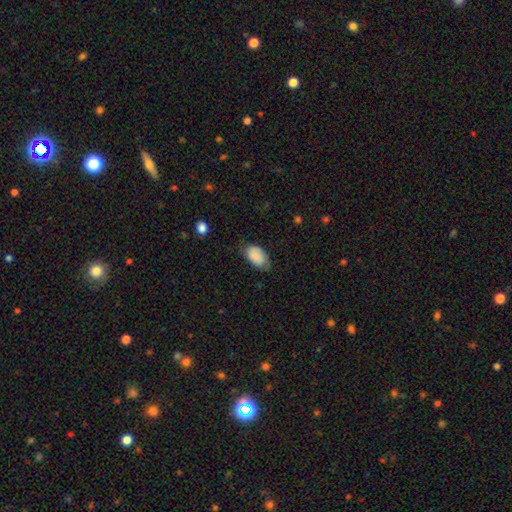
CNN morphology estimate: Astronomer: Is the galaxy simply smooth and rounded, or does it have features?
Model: smooth — 84%.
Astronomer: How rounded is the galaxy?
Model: in between — 93%.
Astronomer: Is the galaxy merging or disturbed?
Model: none — 63%.